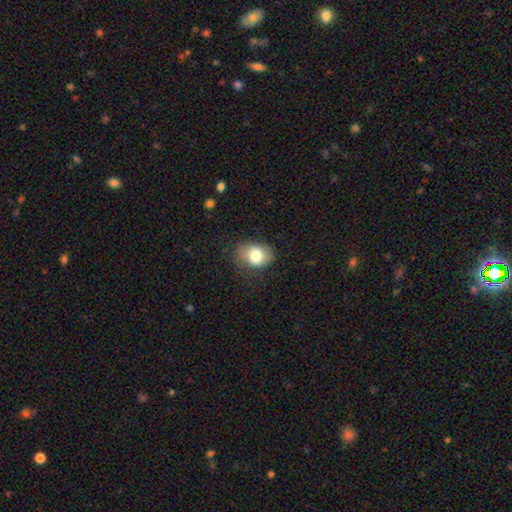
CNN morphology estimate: smooth_or_featured: smooth (p=0.78) [alt: featured or disk p=0.14]
how_rounded: in between (p=0.63) [alt: round p=0.36]
merging: none (p=0.63) [alt: minor disturbance p=0.26]